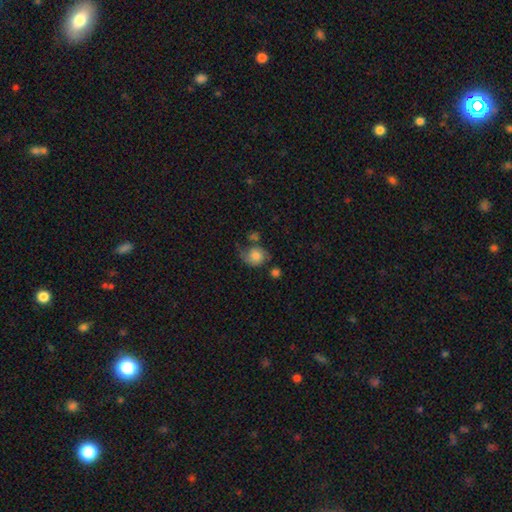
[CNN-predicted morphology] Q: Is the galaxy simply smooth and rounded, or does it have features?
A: smooth — 62%.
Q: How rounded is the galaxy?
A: round — 62%.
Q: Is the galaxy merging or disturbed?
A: none — 44%.